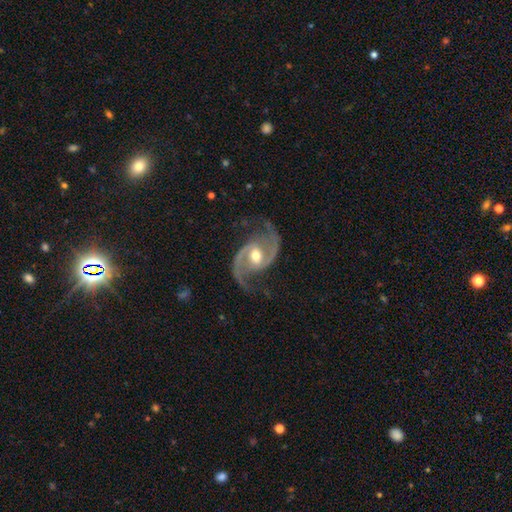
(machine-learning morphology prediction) Smooth or featured?
  - featured or disk: 94% *
  - star or artifact: 4%
  - smooth: 2%
Edge-on disk?
  - no: 98% *
  - yes: 2%
Bar?
  - weak: 41% *
  - no: 38%
  - strong: 21%
Spiral arms?
  - yes: 98% *
  - no: 2%
Spiral winding?
  - medium: 58% *
  - loose: 29%
  - tight: 13%
Spiral arm count?
  - 2: 94% *
  - 3: 1%
  - can't tell: 1%
  - 1: 1%
  - 4: 1%
  - more than 4: 1%
Bulge size?
  - moderate: 76% *
  - small: 15%
  - large: 7%
  - none: 1%
  - dominant: 1%
Merging?
  - none: 79% *
  - minor disturbance: 14%
  - major disturbance: 6%
  - merger: 1%